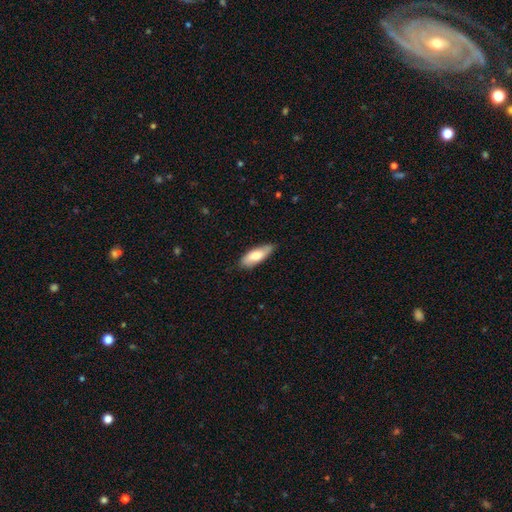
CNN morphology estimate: type=smooth (73%); roundness=in between (67%); merging=none (74%).